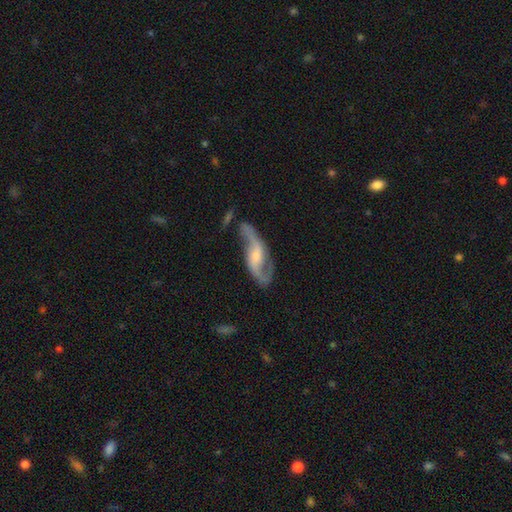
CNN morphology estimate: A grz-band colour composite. It shows a featured or disk galaxy (87%) with a weak bar (45%), 2 (92%) loose (65%) spiral arms (95%) and a moderate central bulge (43%). Merging: none (63%).